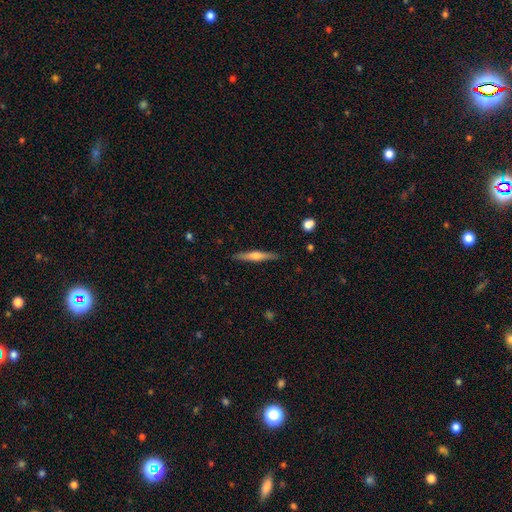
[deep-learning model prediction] Smooth or featured? featured or disk (58%)
Edge-on disk? yes (97%)
Edge-on bulge? rounded (87%)
Merging? none (91%)